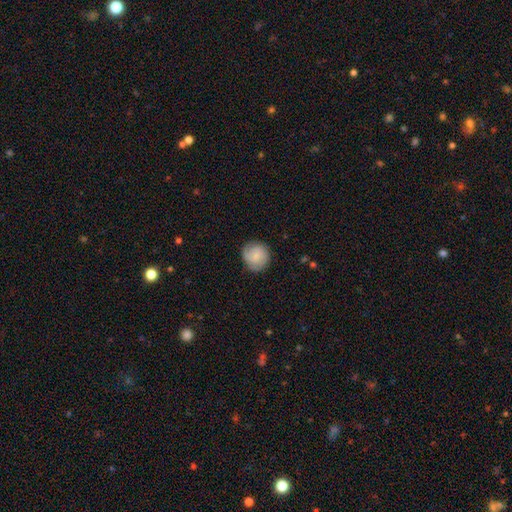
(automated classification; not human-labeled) A smooth galaxy with no disk features (57%) that is round (90%). Merging: none (83%).